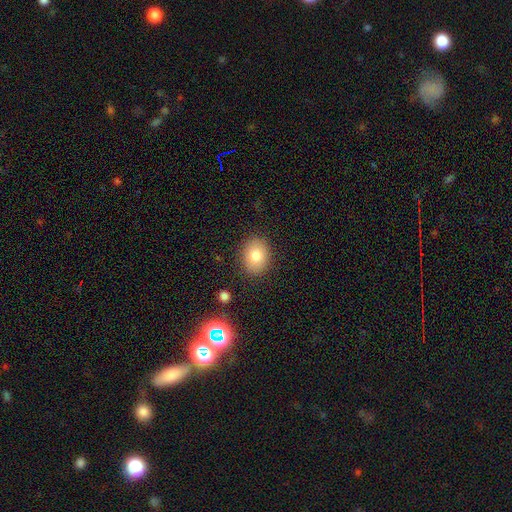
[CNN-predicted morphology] Smooth or featured? Predicted: smooth (p=0.82). How rounded? Predicted: in between (p=0.70). Merging? Predicted: none (p=0.86).